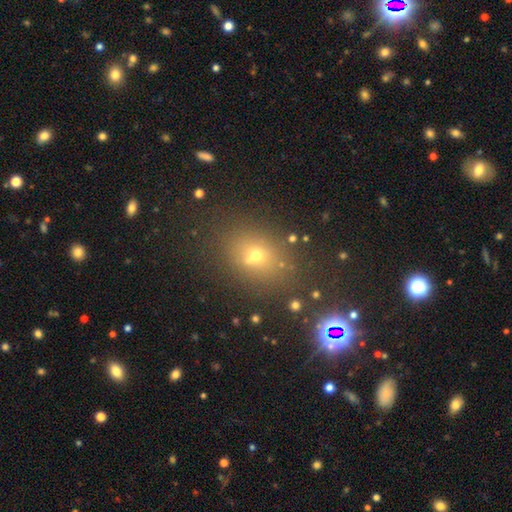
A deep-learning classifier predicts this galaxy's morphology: Smooth or featured? smooth (57%)
How rounded? in between (52%)
Merging? none (79%)